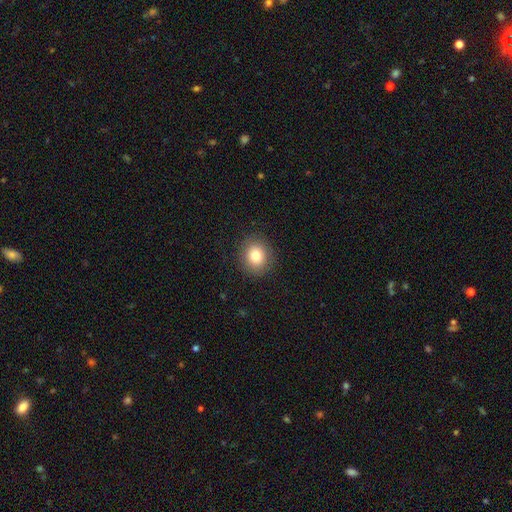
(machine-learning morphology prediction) This is clearly a smooth galaxy (82%). How rounded: likely round (75%). Merging: clearly none (89%).